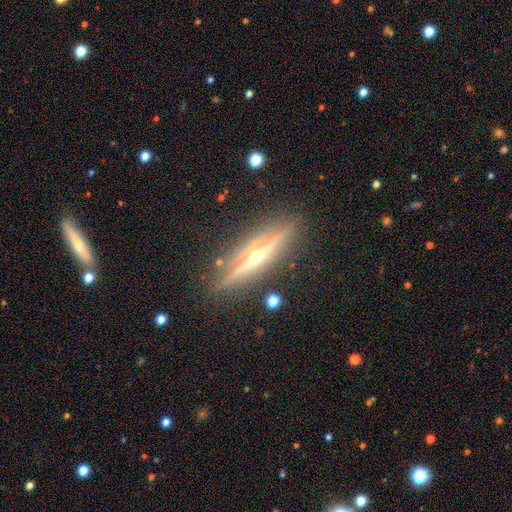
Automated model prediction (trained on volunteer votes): The model was most divided on "smooth or featured": featured or disk: 82%, smooth: 11%, star or artifact: 7%. More confident: edge-on disk — yes (97%); edge-on bulge — rounded (94%); merging — none (89%).